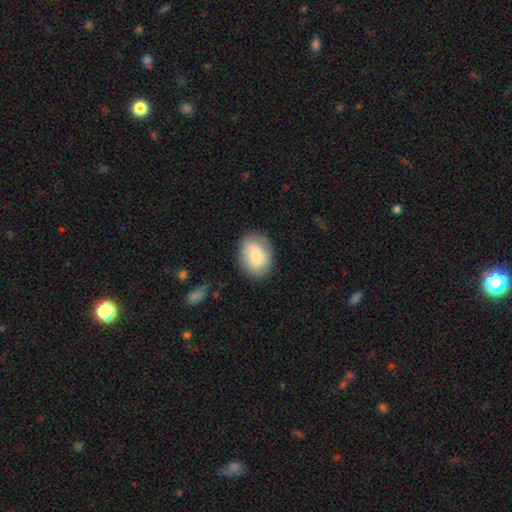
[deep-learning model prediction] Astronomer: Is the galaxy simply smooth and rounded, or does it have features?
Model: smooth — 70%.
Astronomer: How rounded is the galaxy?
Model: in between — 57% (runner-up: round, 42%).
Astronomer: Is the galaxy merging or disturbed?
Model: none — 78%.